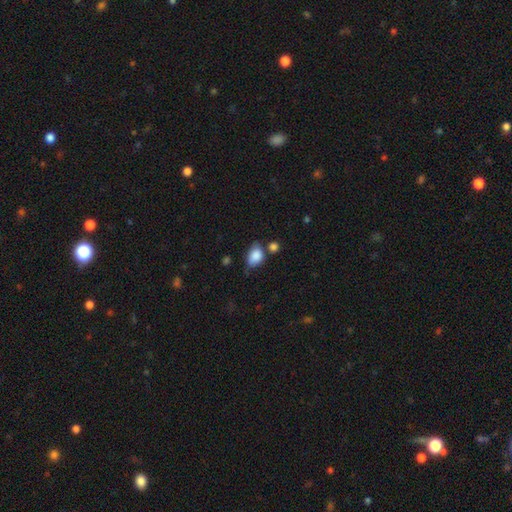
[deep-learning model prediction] Smooth or featured? Predicted: smooth (p=0.85). How rounded? Predicted: in between (p=0.79). Merging? Predicted: none (p=0.53).